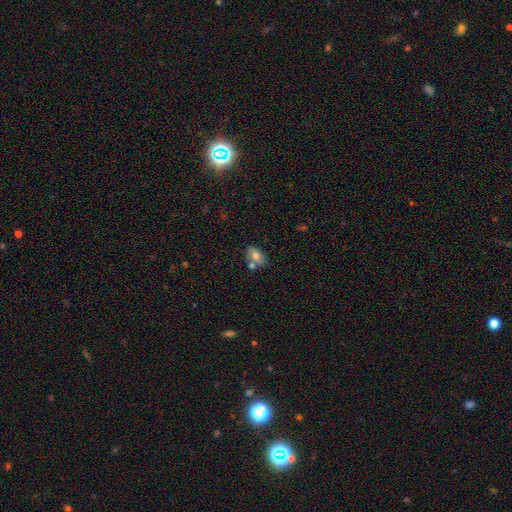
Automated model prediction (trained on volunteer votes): This appears to be a smooth galaxy with no disk features (71%) that is in between round and cigar-shaped (85%). Merging: none (58%).